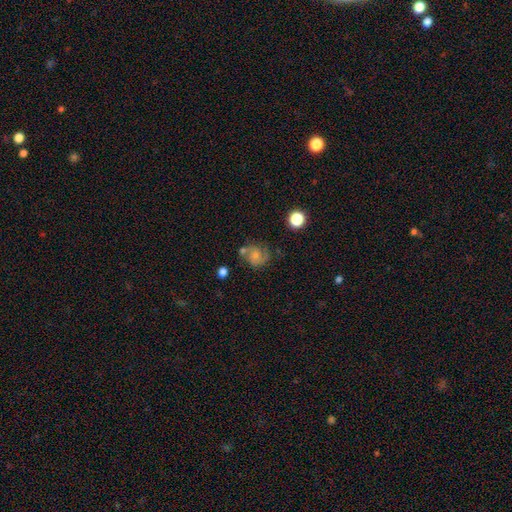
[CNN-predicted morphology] A smooth galaxy with no disk features (48%). Merging: none (52%).